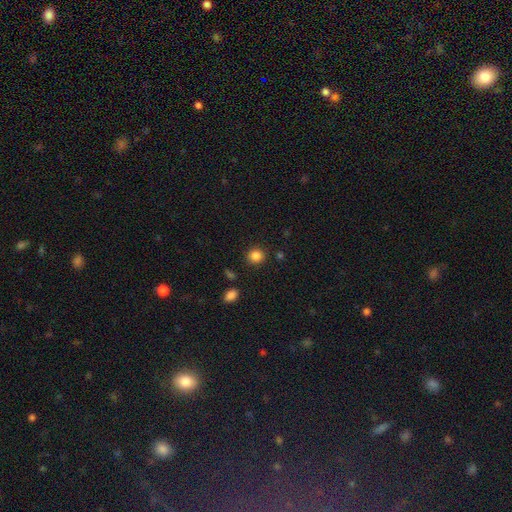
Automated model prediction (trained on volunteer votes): Q: Smooth or featured?
A: smooth (86%); runner-up: star or artifact (11%)
Q: How rounded?
A: round (83%); runner-up: in between (16%)
Q: Merging?
A: none (87%); runner-up: minor disturbance (8%)